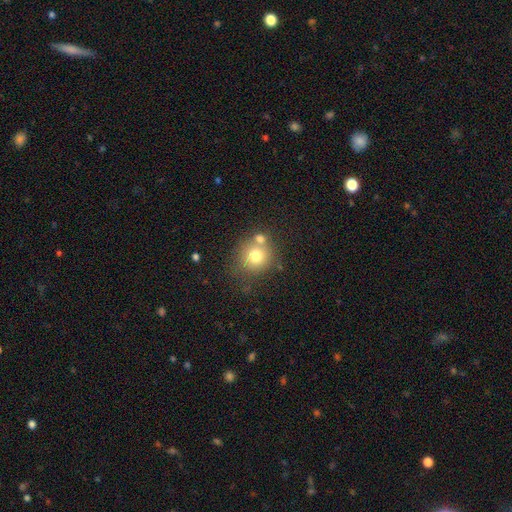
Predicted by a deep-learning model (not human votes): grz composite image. It shows a smooth galaxy with no disk features (74%) that is round (85%). Merging: none (58%).